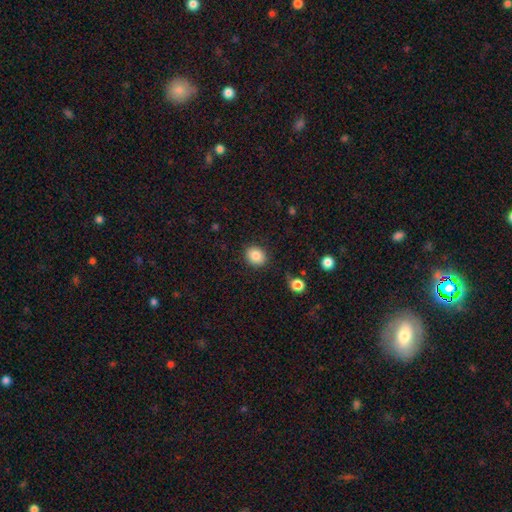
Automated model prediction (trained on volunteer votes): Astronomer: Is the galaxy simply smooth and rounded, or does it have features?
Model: smooth — 85%.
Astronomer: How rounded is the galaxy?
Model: round — 65%.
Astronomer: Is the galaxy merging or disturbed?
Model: none — 86%.